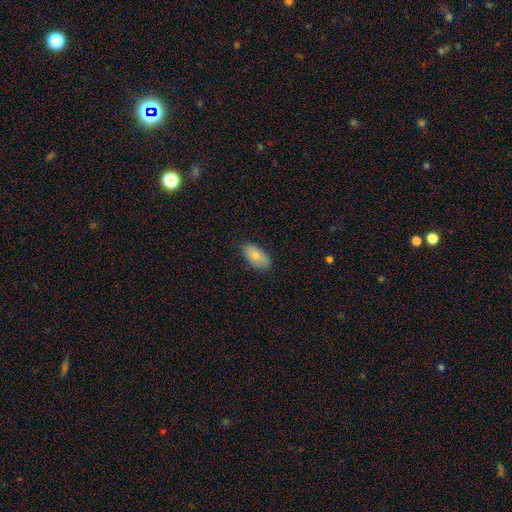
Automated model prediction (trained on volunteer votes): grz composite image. It shows a smooth galaxy with no disk features (75%) that is in between round and cigar-shaped (93%). Merging: none (82%).